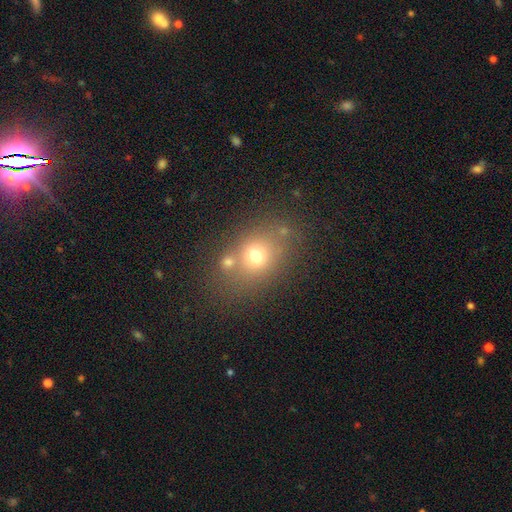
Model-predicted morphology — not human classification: Q: Smooth or featured?
A: smooth (66%); runner-up: star or artifact (18%)
Q: How rounded?
A: in between (55%); runner-up: round (44%)
Q: Merging?
A: none (62%); runner-up: merger (17%)